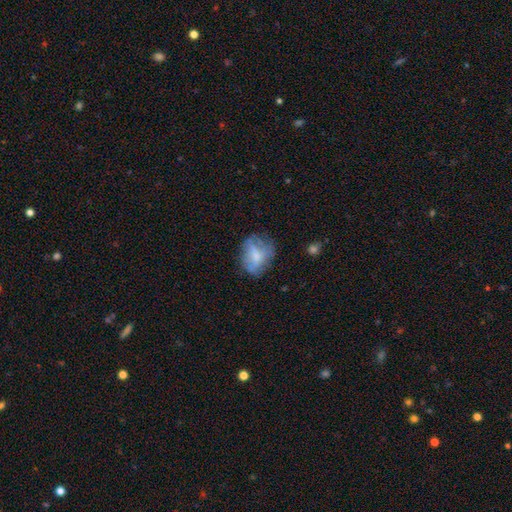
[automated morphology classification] Smooth or featured: smooth — 52% (featured or disk — 38%)
How rounded: in between — 59% (round — 39%)
Merging: none — 54% (minor disturbance — 25%)